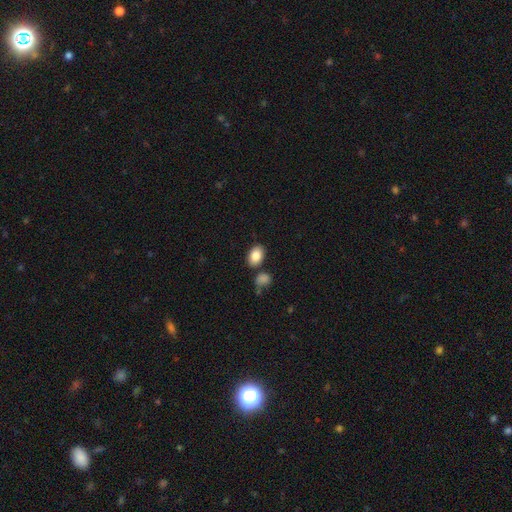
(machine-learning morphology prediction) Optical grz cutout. It shows a smooth galaxy with no disk features (86%) that is in between round and cigar-shaped (85%). Merging: none (77%).